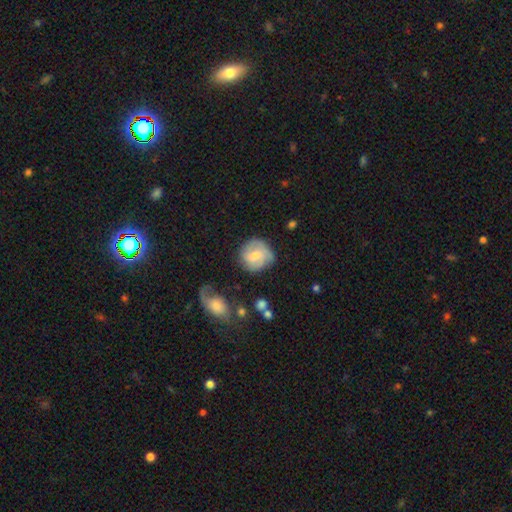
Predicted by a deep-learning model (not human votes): Smooth or featured? Predicted: featured or disk (p=0.50). Merging? Predicted: none (p=0.68).